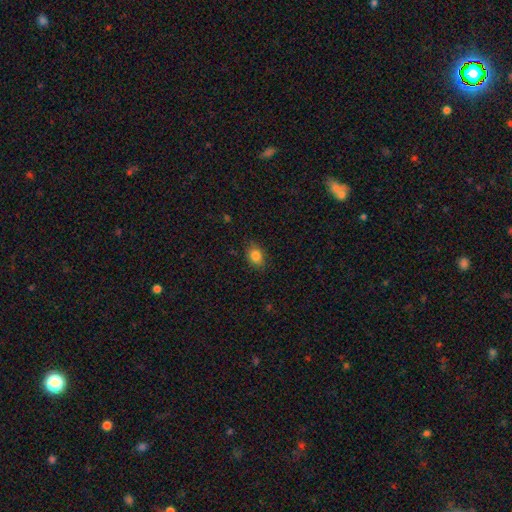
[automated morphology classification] The model was most divided on "how rounded": in between: 70%, round: 29%, cigar-shaped: 1%. More confident: smooth or featured — smooth (84%); merging — none (83%).